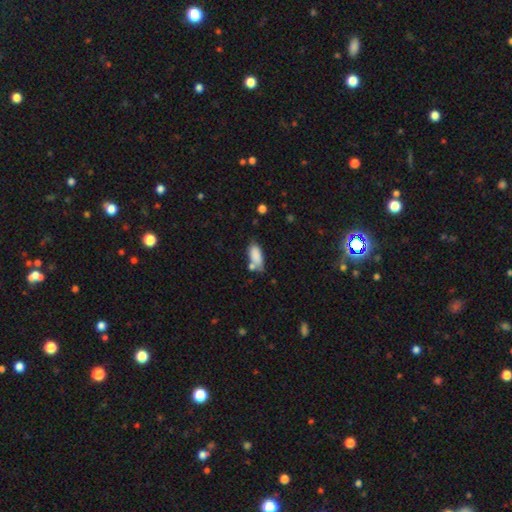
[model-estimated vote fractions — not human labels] Smooth or featured: smooth — 83% (featured or disk — 9%)
How rounded: in between — 87% (cigar-shaped — 11%)
Merging: none — 51% (minor disturbance — 24%)